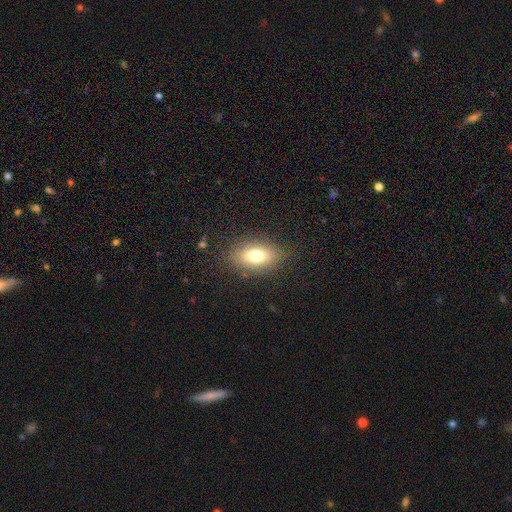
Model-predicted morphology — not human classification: Smooth or featured: smooth — 75% (featured or disk — 16%)
How rounded: in between — 85% (round — 10%)
Merging: none — 84% (minor disturbance — 10%)